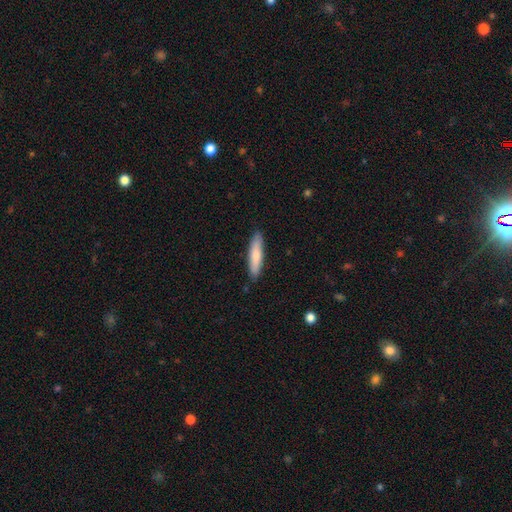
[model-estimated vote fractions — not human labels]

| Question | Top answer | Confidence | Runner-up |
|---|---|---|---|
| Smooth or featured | smooth | 78% | featured or disk (17%) |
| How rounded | cigar-shaped | 82% | in between (17%) |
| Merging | none | 88% | minor disturbance (9%) |